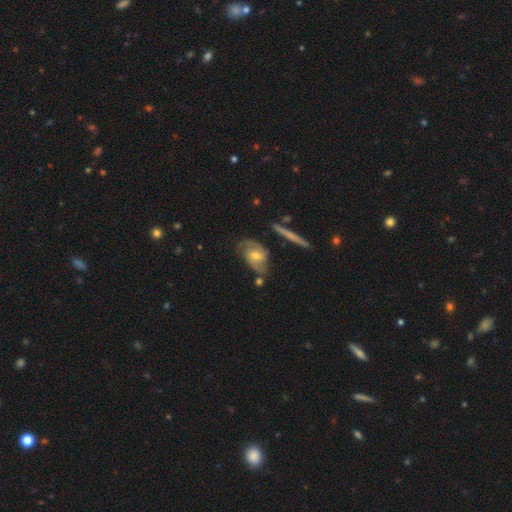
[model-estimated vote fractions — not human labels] Morphology: type=featured or disk (74%); edge-on=no (93%); bar=no (51%); spiral arms=yes (92%); winding=medium (49%); arm count=2 (78%); bulge=moderate (59%); merging=none (64%).